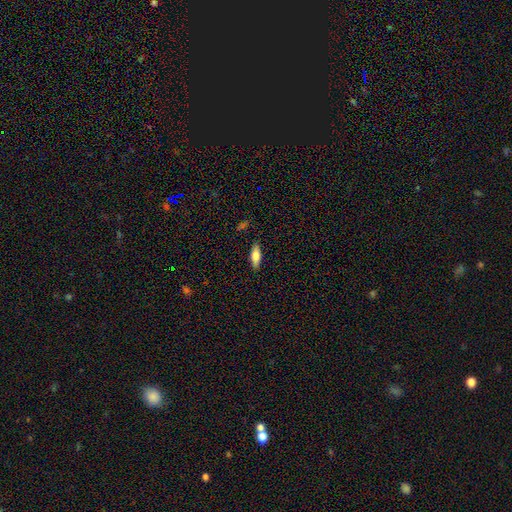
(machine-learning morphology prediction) smooth 76%, featured or disk 18%, star or artifact 7%. Down the decision tree: how rounded — in between (67%); merging — none (86%).